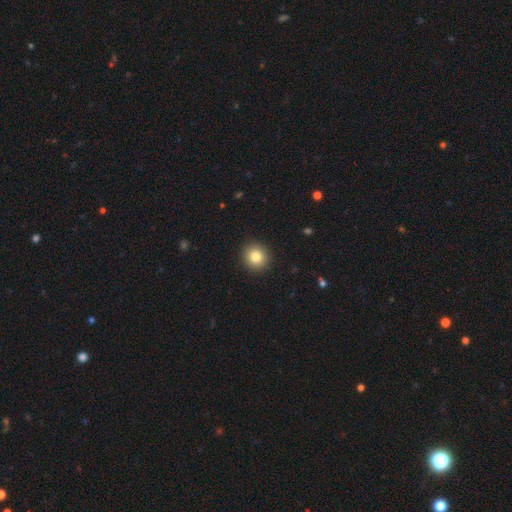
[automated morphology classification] This is clearly a smooth galaxy (84%). How rounded: clearly round (90%). Merging: clearly none (92%).